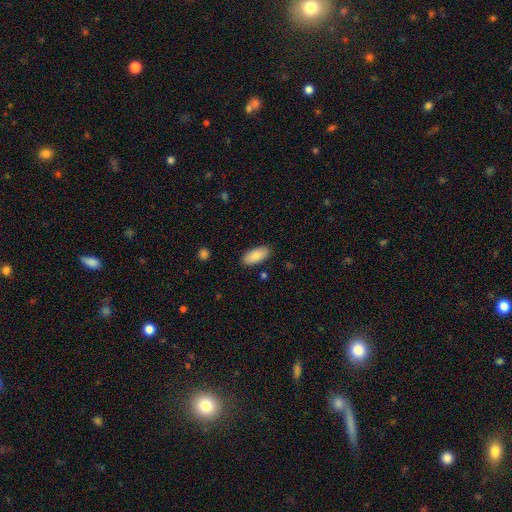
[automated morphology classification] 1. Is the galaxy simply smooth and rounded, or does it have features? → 85% smooth, 9% featured or disk, 6% star or artifact.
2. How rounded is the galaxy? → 89% in between, 9% cigar-shaped, 2% round.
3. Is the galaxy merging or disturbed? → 87% none, 9% minor disturbance, 2% major disturbance, 1% merger.